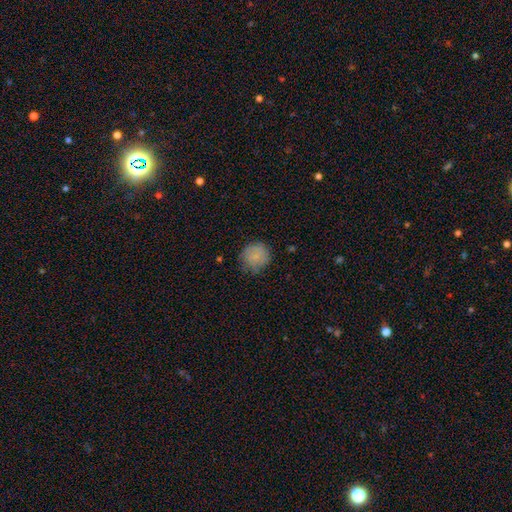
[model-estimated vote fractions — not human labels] Q: Smooth or featured?
A: smooth (80%); runner-up: featured or disk (11%)
Q: How rounded?
A: round (90%); runner-up: in between (9%)
Q: Merging?
A: none (74%); runner-up: minor disturbance (20%)